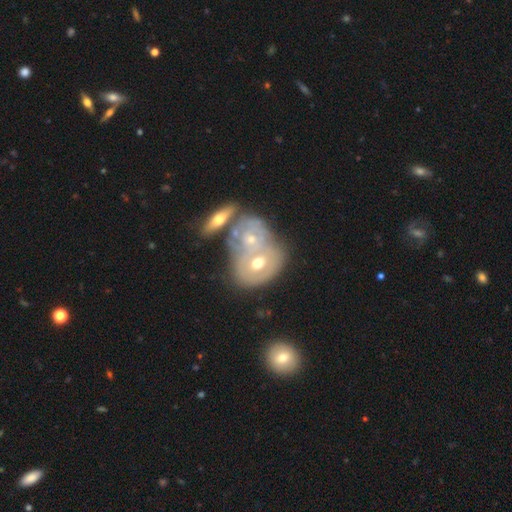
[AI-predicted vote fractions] Smooth or featured? Predicted: featured or disk (p=0.66). Edge-on disk? Predicted: no (p=0.92). Bar? Predicted: no (p=0.81). Spiral arms? Predicted: yes (p=0.56). Bulge size? Predicted: moderate (p=0.60). Merging? Predicted: merger (p=0.51).